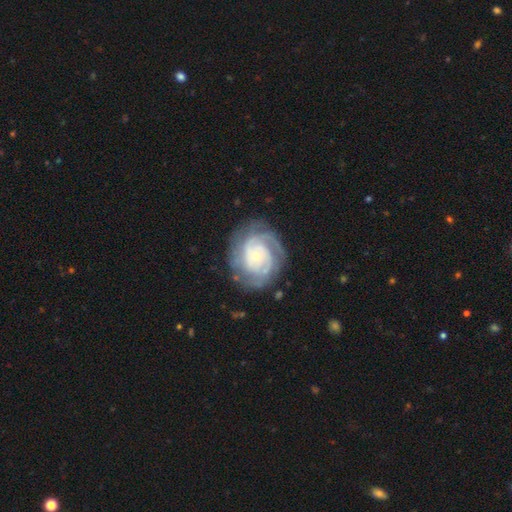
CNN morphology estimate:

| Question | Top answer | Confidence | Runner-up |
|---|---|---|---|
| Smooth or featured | featured or disk | 86% | smooth (8%) |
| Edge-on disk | no | 98% | yes (2%) |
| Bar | no | 74% | weak (21%) |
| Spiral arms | yes | 97% | no (3%) |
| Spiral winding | tight | 73% | medium (23%) |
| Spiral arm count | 3 | 28% | 2 (25%) |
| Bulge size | small | 78% | moderate (16%) |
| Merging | none | 77% | minor disturbance (15%) |